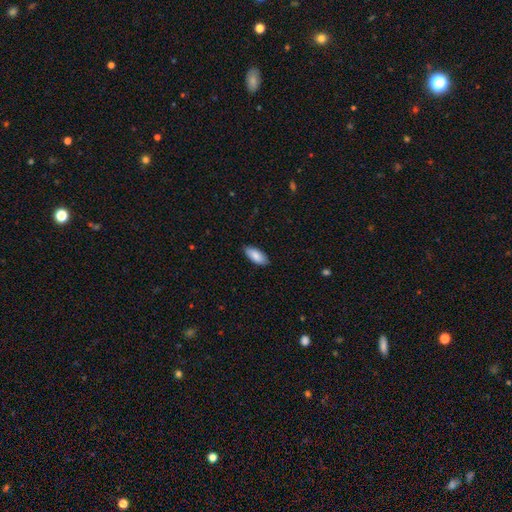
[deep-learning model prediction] smooth 86%, featured or disk 8%, star or artifact 6%. Down the decision tree: how rounded — in between (89%); merging — none (87%).